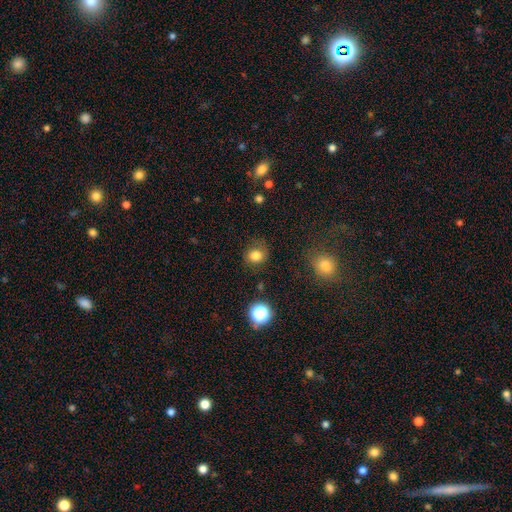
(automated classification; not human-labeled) A smooth galaxy with no disk features (80%) that is round (73%).

Vote fractions:
- Smooth or featured? smooth: 80% / star or artifact: 13% / featured or disk: 8%
- How rounded? round: 73% / in between: 26% / cigar-shaped: 1%
- Merging? none: 74% / minor disturbance: 17% / major disturbance: 7% / merger: 2%